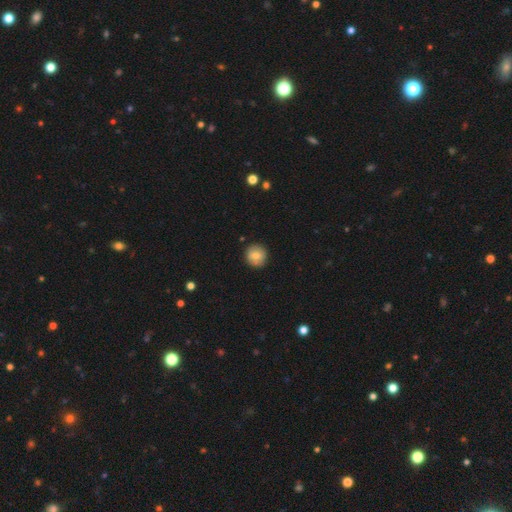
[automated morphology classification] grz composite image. It shows a smooth galaxy with no disk features (77%) that is round (92%). Merging: none (88%).